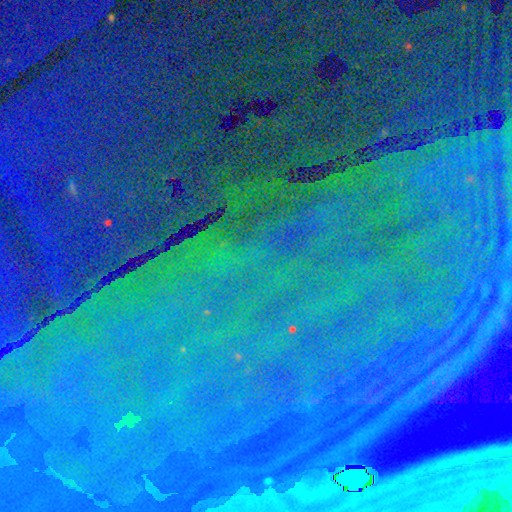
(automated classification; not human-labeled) Q: Smooth or featured?
A: star or artifact (86%); runner-up: featured or disk (7%)